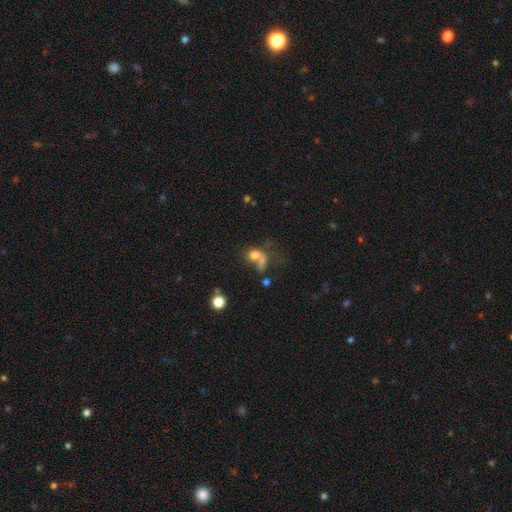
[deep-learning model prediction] A smooth galaxy with no disk features (63%) that is in between round and cigar-shaped (56%).

Vote fractions:
- Smooth or featured? smooth: 63% / featured or disk: 22% / star or artifact: 15%
- How rounded? in between: 56% / round: 40% / cigar-shaped: 3%
- Merging? merger: 35% / major disturbance: 30% / none: 23% / minor disturbance: 12%